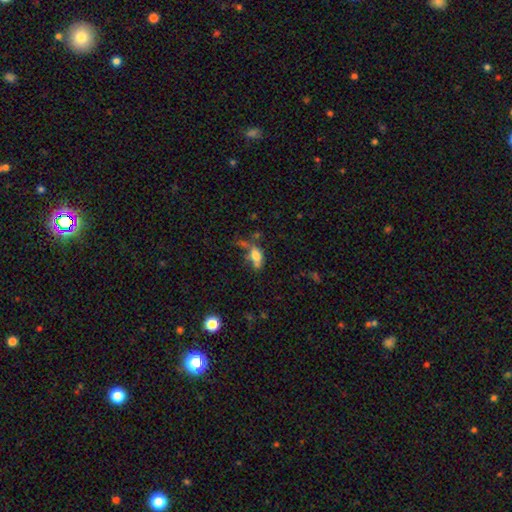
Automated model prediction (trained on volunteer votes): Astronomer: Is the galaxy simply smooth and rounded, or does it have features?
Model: smooth — 64%.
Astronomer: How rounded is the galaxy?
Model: in between — 80%.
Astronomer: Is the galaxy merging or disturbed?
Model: none — 32% (runner-up: merger, 23%).